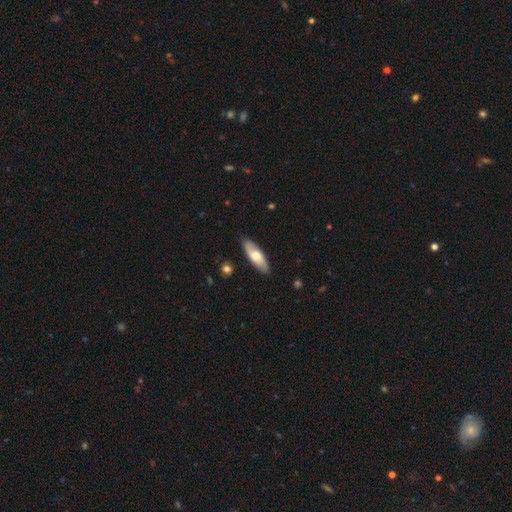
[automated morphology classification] This appears to be a smooth galaxy with no disk features (55%) that is in between round and cigar-shaped (59%). Merging: none (86%).